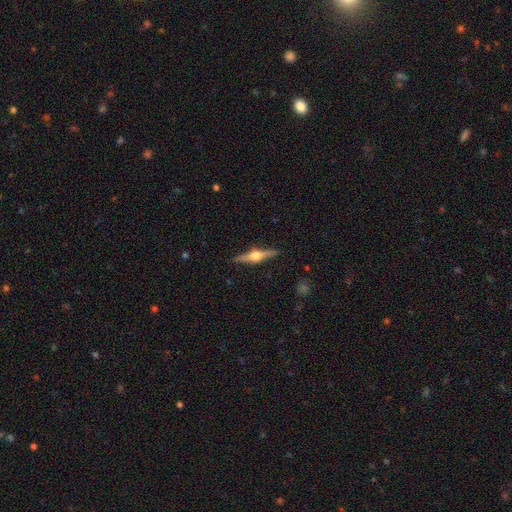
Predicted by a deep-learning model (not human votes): Morphology: type=featured or disk (75%); edge-on=yes (98%); edge-on bulge=rounded (95%); merging=none (90%).